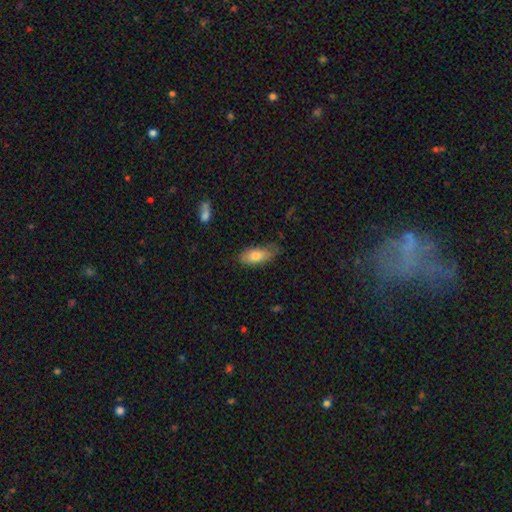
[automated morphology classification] A smooth galaxy with no disk features (75%) that is in between round and cigar-shaped (82%).

Vote fractions:
- Smooth or featured? smooth: 75% / featured or disk: 18% / star or artifact: 7%
- How rounded? in between: 82% / cigar-shaped: 15% / round: 3%
- Merging? none: 61% / minor disturbance: 30% / major disturbance: 7% / merger: 2%